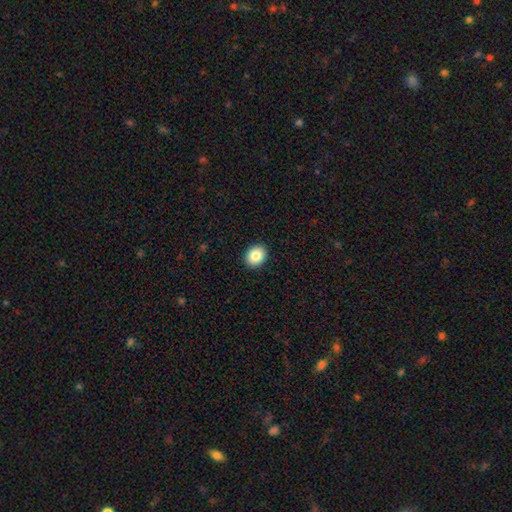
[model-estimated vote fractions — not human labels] smooth 86%, star or artifact 9%, featured or disk 5%. Down the decision tree: how rounded — round (63%); merging — none (92%).